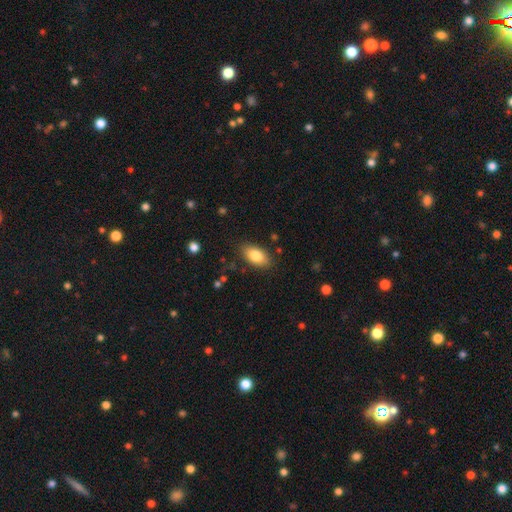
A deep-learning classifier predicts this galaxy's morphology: Smooth or featured?
  - smooth: 83% *
  - featured or disk: 10%
  - star or artifact: 7%
How rounded?
  - in between: 92% *
  - round: 4%
  - cigar-shaped: 3%
Merging?
  - none: 84% *
  - minor disturbance: 12%
  - major disturbance: 3%
  - merger: 1%